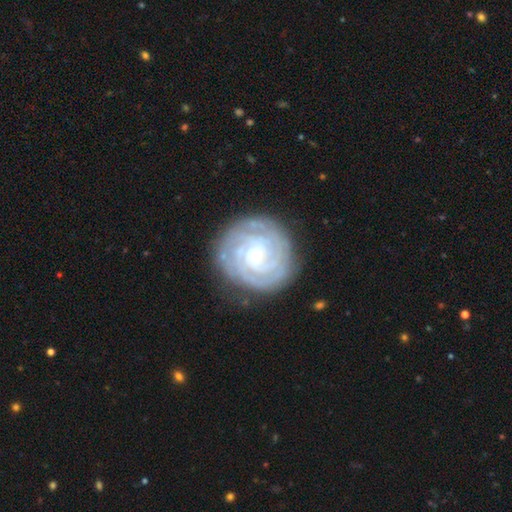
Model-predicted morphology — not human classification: Smooth or featured? featured or disk (88%)
Edge-on disk? no (98%)
Bar? no (67%)
Spiral arms? yes (98%)
Spiral winding? tight (85%)
Spiral arm count? 3 (23%, tied with 4 and can't tell)
Bulge size? small (81%)
Merging? none (83%)